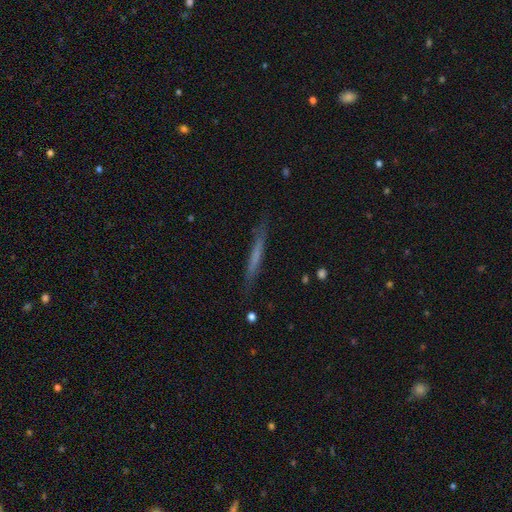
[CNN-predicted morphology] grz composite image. It shows a smooth galaxy with no disk features (52%) that is cigar-shaped (96%). Merging: none (85%).